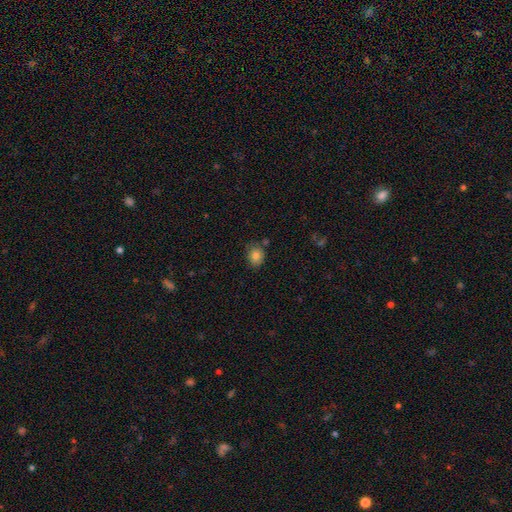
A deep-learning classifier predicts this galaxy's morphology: A smooth galaxy with no disk features (80%) that is round (57%).

Vote fractions:
- Smooth or featured? smooth: 80% / star or artifact: 10% / featured or disk: 9%
- How rounded? round: 57% / in between: 42% / cigar-shaped: 1%
- Merging? none: 73% / minor disturbance: 19% / merger: 5% / major disturbance: 4%